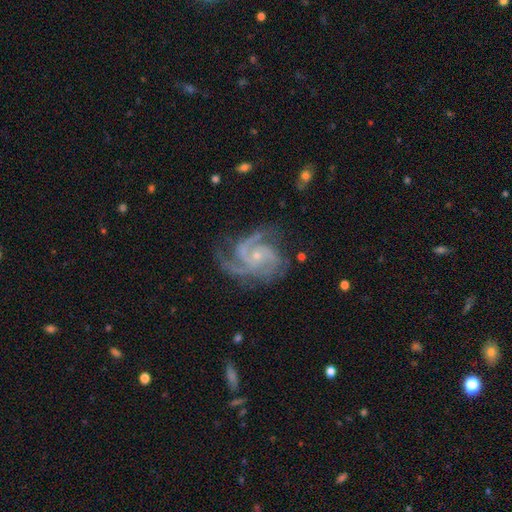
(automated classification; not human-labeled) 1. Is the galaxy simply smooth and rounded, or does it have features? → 92% featured or disk, 5% star or artifact, 3% smooth.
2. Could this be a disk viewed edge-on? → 98% no, 2% yes.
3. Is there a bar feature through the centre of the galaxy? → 69% no, 24% weak, 6% strong.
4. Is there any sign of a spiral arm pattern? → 98% yes, 2% no.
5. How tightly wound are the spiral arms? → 47% tight, 46% medium, 7% loose.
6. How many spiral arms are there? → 52% 3, 20% 2, 11% 4, 8% can't tell, 5% 1, 5% more than 4.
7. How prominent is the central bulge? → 78% small, 18% moderate, 2% none, 1% large, 1% dominant.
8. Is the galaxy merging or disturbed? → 67% none, 21% minor disturbance, 11% major disturbance, 2% merger.